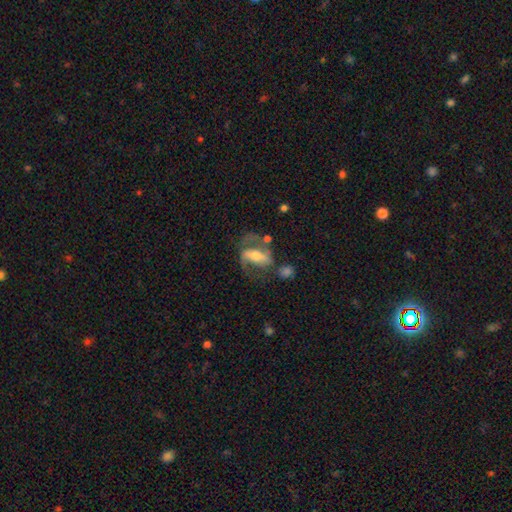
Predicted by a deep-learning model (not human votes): Smooth or featured?
  - featured or disk: 78% *
  - smooth: 16%
  - star or artifact: 7%
Edge-on disk?
  - no: 93% *
  - yes: 7%
Bar?
  - strong: 57% *
  - weak: 26%
  - no: 17%
Spiral arms?
  - yes: 87% *
  - no: 13%
Spiral winding?
  - medium: 49% *
  - loose: 35%
  - tight: 17%
Spiral arm count?
  - 2: 86% *
  - can't tell: 6%
  - 1: 6%
  - 3: 1%
  - 4: 1%
  - more than 4: 1%
Bulge size?
  - moderate: 59% *
  - small: 31%
  - large: 7%
  - none: 2%
  - dominant: 1%
Merging?
  - none: 54% *
  - major disturbance: 20%
  - minor disturbance: 18%
  - merger: 8%